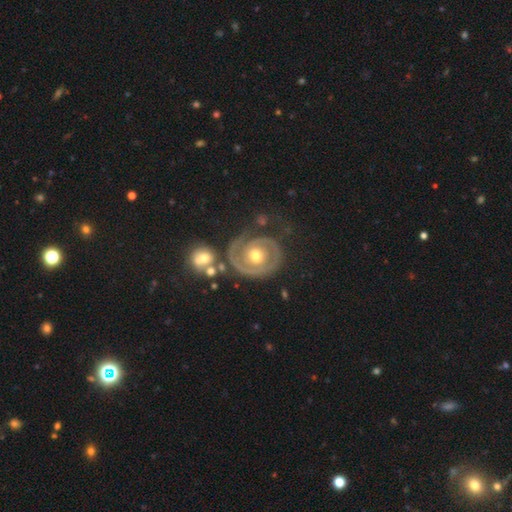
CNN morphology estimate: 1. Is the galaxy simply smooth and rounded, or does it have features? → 84% featured or disk, 11% smooth, 5% star or artifact.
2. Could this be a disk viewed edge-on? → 97% no, 3% yes.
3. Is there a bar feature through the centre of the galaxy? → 76% no, 19% weak, 6% strong.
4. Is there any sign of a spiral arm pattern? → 88% yes, 12% no.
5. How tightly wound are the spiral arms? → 69% tight, 24% medium, 7% loose.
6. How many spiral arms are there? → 49% 2, 31% 1, 11% can't tell, 5% 3, 2% 4, 2% more than 4.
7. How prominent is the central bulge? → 75% moderate, 16% small, 7% large, 1% dominant, 1% none.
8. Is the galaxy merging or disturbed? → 59% none, 18% minor disturbance, 15% major disturbance, 8% merger.